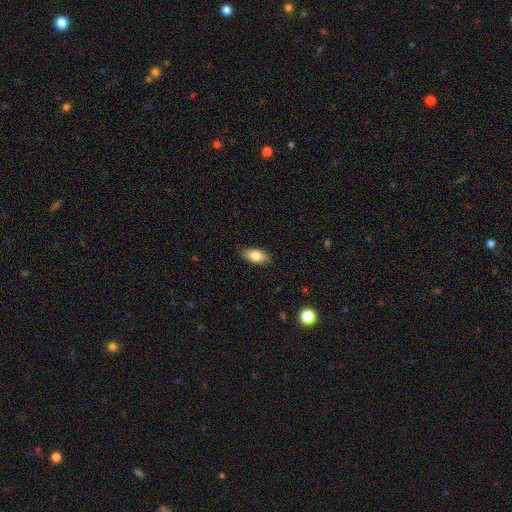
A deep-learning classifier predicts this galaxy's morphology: type=smooth (79%); roundness=in between (88%); merging=none (86%).